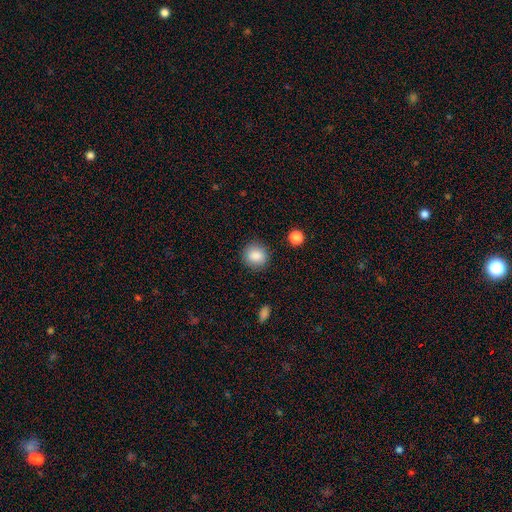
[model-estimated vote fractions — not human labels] Smooth or featured?
  - smooth: 87% *
  - star or artifact: 9%
  - featured or disk: 4%
How rounded?
  - round: 83% *
  - in between: 16%
  - cigar-shaped: 1%
Merging?
  - none: 87% *
  - minor disturbance: 9%
  - major disturbance: 3%
  - merger: 2%